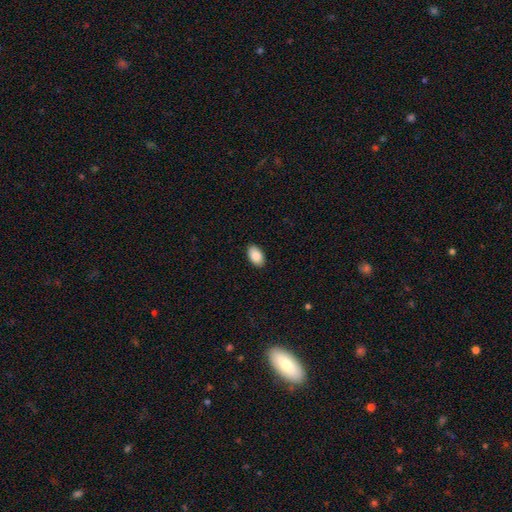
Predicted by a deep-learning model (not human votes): smooth 87%, star or artifact 7%, featured or disk 6%. Down the decision tree: how rounded — in between (93%); merging — none (89%).